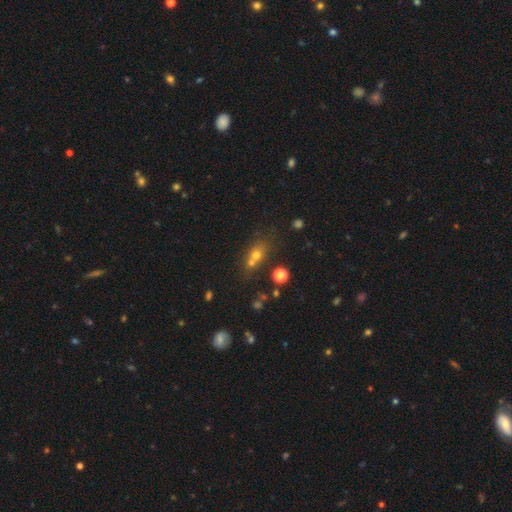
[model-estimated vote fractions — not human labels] The model was most divided on "merging": none: 44%, merger: 41%, minor disturbance: 10%, major disturbance: 5%. More confident: smooth or featured — smooth (61%); how rounded — round (54%).